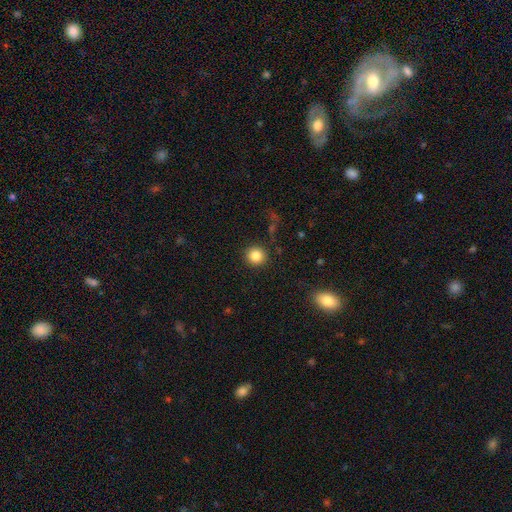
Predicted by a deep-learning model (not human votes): This appears to be a smooth galaxy with no disk features (85%) that is round (93%). Merging: none (90%).